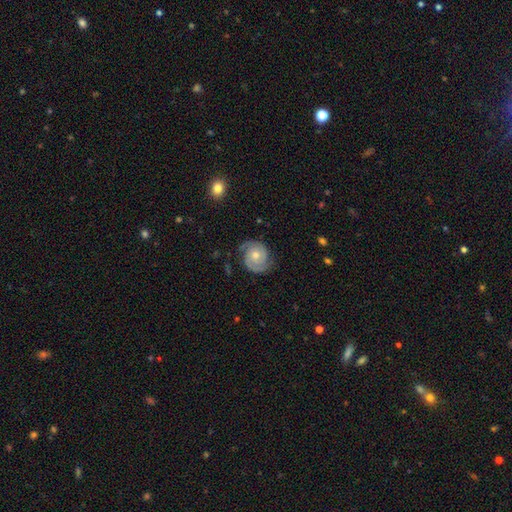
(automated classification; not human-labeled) This appears to be a featured or disk galaxy (84%) with no bar (76%), 2 (88%) tight (60%) spiral arms (97%) and a moderate central bulge (57%). Merging: none (77%).